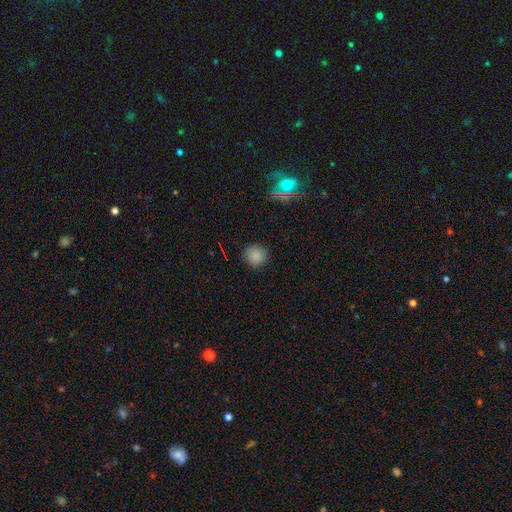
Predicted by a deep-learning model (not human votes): smooth 84%, star or artifact 13%, featured or disk 4%. Down the decision tree: how rounded — round (93%); merging — none (89%).